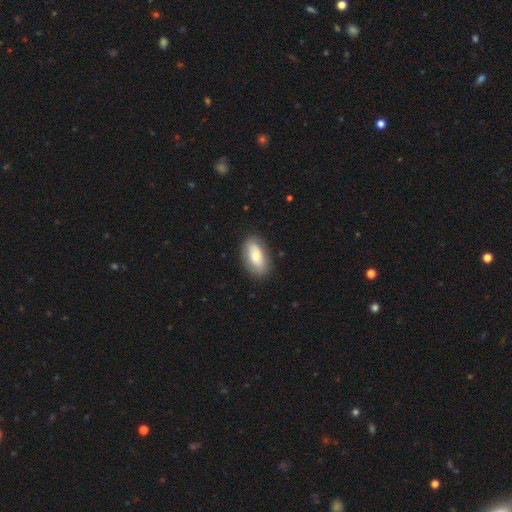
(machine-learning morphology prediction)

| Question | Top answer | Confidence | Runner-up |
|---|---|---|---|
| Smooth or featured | smooth | 70% | featured or disk (24%) |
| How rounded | in between | 92% | round (4%) |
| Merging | none | 83% | minor disturbance (13%) |